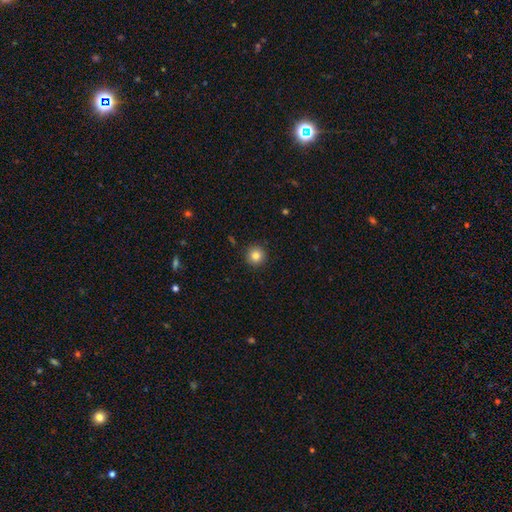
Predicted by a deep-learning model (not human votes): This is clearly a smooth galaxy (83%). How rounded: clearly round (95%). Merging: clearly none (92%).